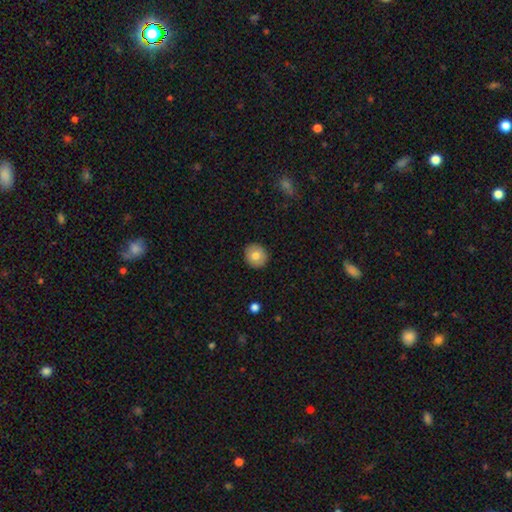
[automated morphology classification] type=smooth (78%); roundness=round (87%); merging=none (91%).